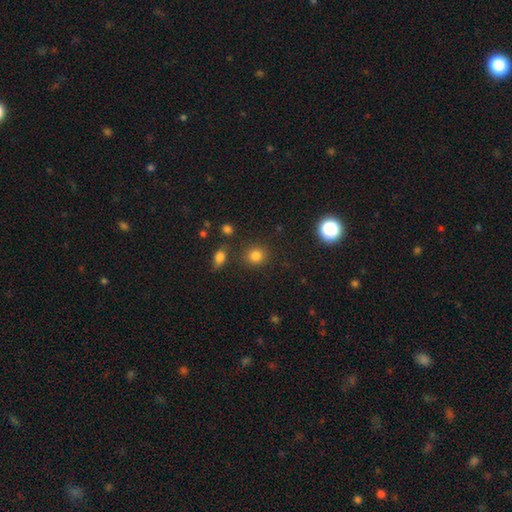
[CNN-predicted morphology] Smooth or featured? smooth (82%)
How rounded? round (85%)
Merging? none (83%)